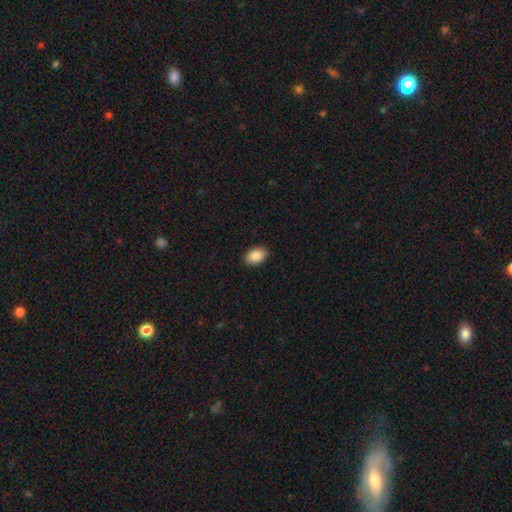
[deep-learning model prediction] Q: Smooth or featured?
A: smooth (88%); runner-up: star or artifact (7%)
Q: How rounded?
A: in between (86%); runner-up: round (12%)
Q: Merging?
A: none (89%); runner-up: minor disturbance (8%)